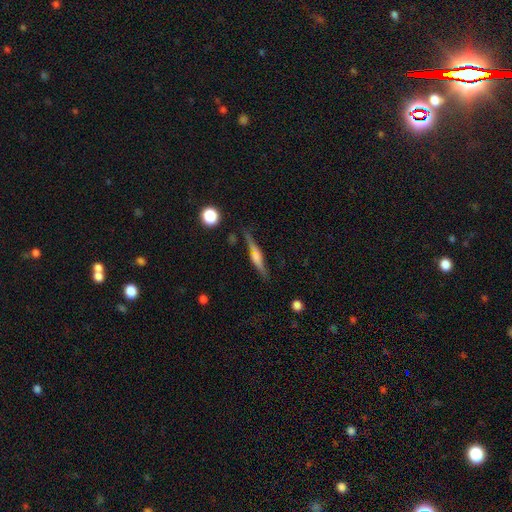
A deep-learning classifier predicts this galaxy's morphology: This is likely a featured or disk galaxy (67%). It is clearly viewed edge-on (96%). Edge-on bulge: likely rounded (73%). Merging: likely none (80%).